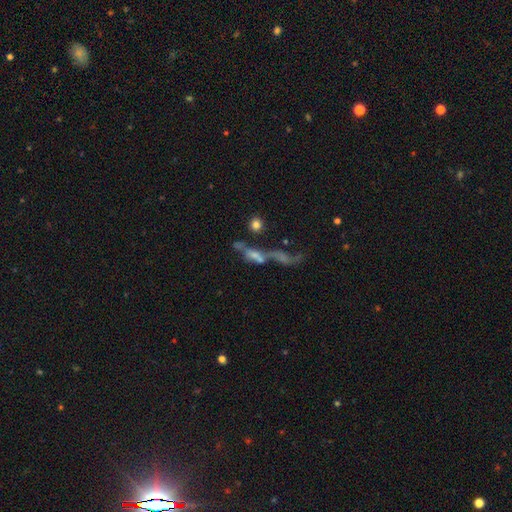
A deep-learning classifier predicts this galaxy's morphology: type=featured or disk (47%); merging=merger (51%).